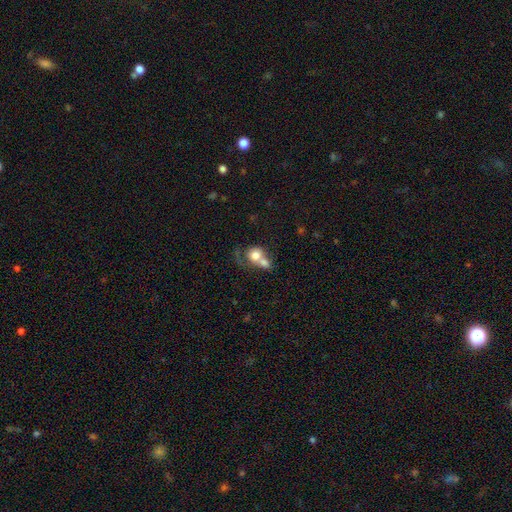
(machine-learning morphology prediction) This is likely a smooth galaxy (69%). How rounded: likely round (69%). Merging: likely merger (71%).